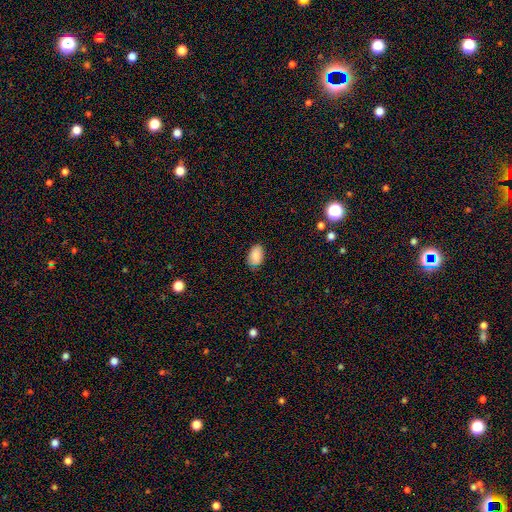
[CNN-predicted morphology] Smooth or featured?
  - smooth: 86% *
  - star or artifact: 8%
  - featured or disk: 6%
How rounded?
  - in between: 92% *
  - round: 7%
  - cigar-shaped: 1%
Merging?
  - none: 79% *
  - minor disturbance: 17%
  - major disturbance: 3%
  - merger: 1%